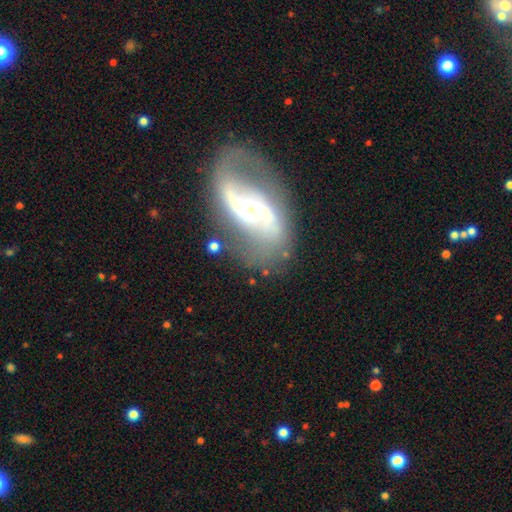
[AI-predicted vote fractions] featured or disk 89%, smooth 6%, star or artifact 6%. Down the decision tree: edge-on disk — no (97%); bar — weak (38%, tied with no); spiral arms — yes (95%); spiral arm count — 2 (92%); spiral winding — loose (57%); bulge size — moderate (56%); merging — none (71%).